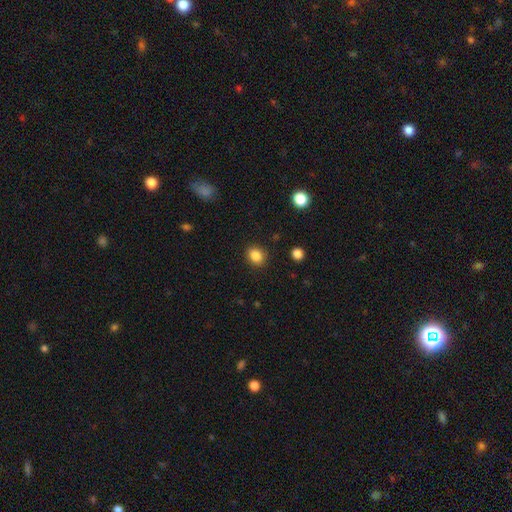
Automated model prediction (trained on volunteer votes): Overall: smooth (85%). How rounded: round (61%; in between 38%). Merging: none (89%).